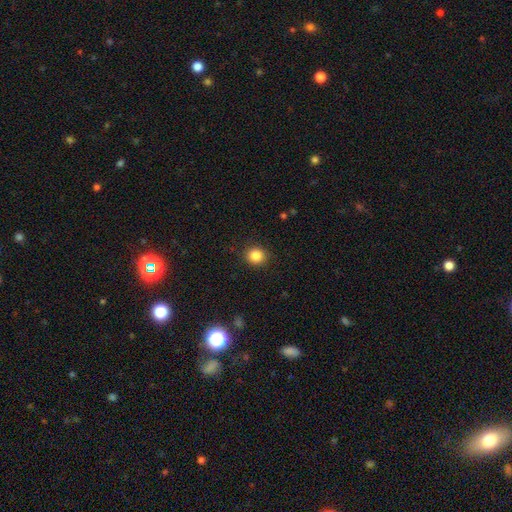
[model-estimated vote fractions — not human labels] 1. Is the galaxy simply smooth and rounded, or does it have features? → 84% smooth, 11% star or artifact, 5% featured or disk.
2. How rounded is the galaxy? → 88% round, 11% in between, 1% cigar-shaped.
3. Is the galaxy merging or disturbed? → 90% none, 7% minor disturbance, 2% major disturbance, 1% merger.